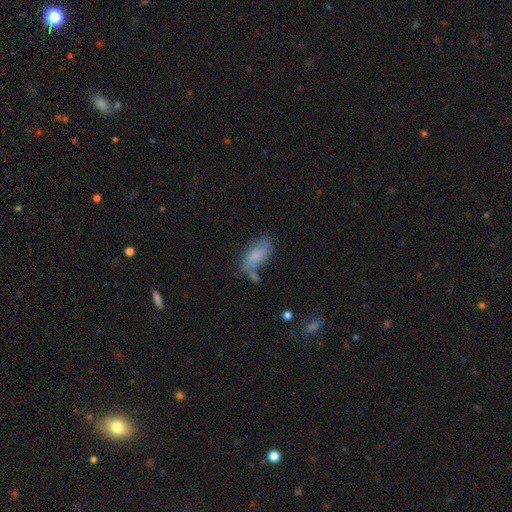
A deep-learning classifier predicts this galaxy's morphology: This is likely a smooth galaxy (73%). How rounded: clearly in between (88%). Merging: possibly none (51%).